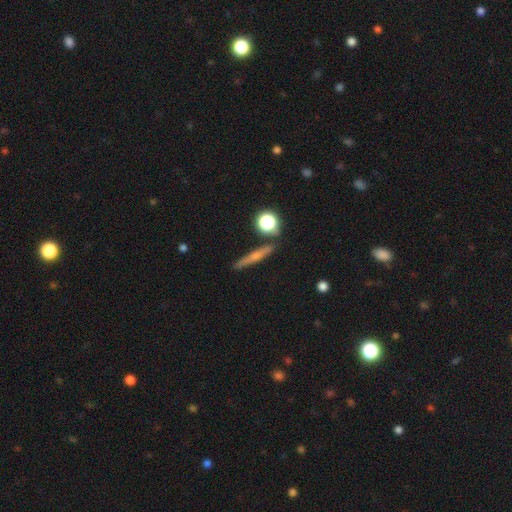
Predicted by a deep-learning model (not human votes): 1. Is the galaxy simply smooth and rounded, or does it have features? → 45% smooth, 44% featured or disk, 11% star or artifact.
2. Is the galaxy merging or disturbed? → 84% none, 9% minor disturbance, 5% merger, 2% major disturbance.